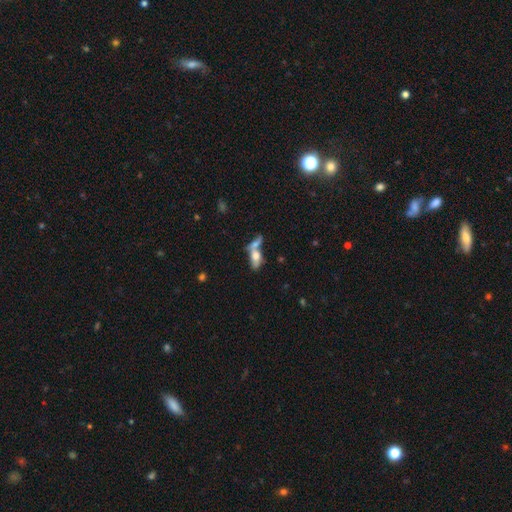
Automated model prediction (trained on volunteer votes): Q: Smooth or featured?
A: smooth (54%); runner-up: featured or disk (36%)
Q: How rounded?
A: in between (68%); runner-up: cigar-shaped (24%)
Q: Merging?
A: merger (57%); runner-up: none (24%)